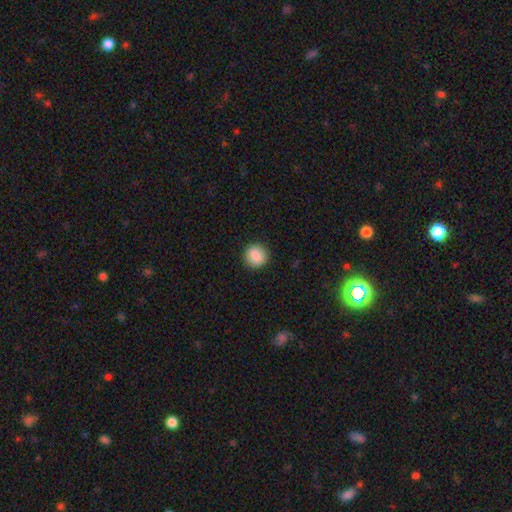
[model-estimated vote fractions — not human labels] Smooth or featured: smooth — 88% (star or artifact — 8%)
How rounded: round — 92% (in between — 7%)
Merging: none — 91% (minor disturbance — 6%)